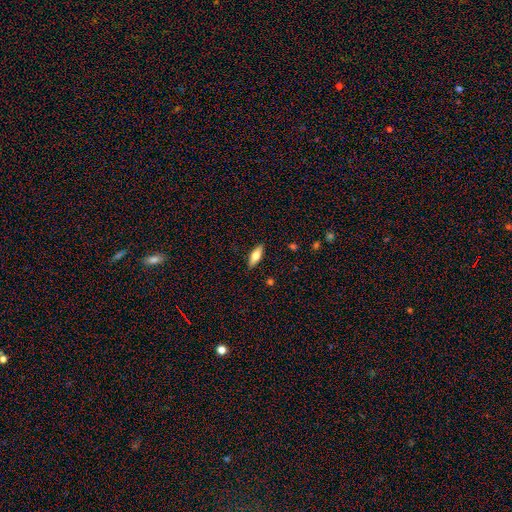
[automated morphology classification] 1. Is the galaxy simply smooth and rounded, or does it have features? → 66% smooth, 28% featured or disk, 6% star or artifact.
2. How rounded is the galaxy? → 66% in between, 31% cigar-shaped, 2% round.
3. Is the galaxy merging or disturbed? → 89% none, 8% minor disturbance, 2% major disturbance, 1% merger.